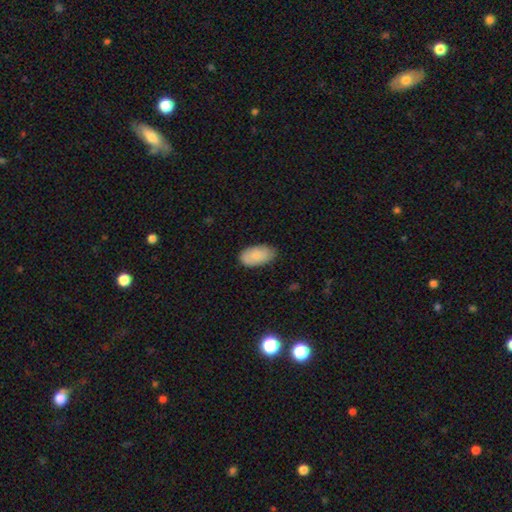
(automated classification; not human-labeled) smooth 85%, featured or disk 9%, star or artifact 6%. Down the decision tree: how rounded — in between (95%); merging — none (78%).